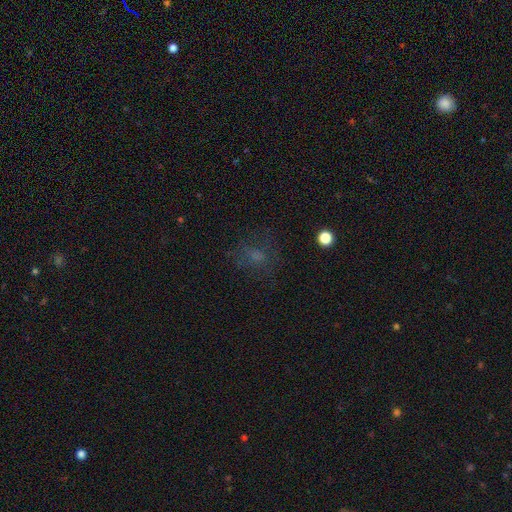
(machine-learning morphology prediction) This is possibly a smooth galaxy (50%). Merging: likely none (63%).